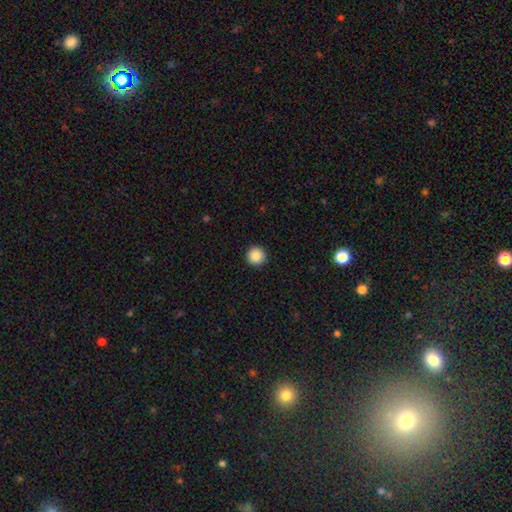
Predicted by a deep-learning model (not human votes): Smooth or featured: smooth — 89% (star or artifact — 9%)
How rounded: round — 96% (in between — 3%)
Merging: none — 93% (minor disturbance — 5%)